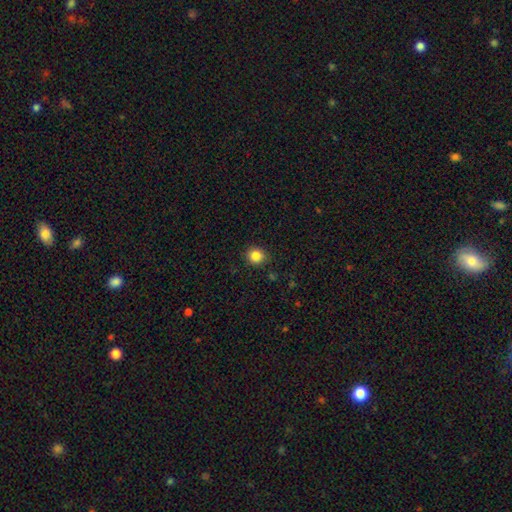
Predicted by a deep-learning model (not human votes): smooth_or_featured: smooth (p=0.84) [alt: star or artifact p=0.11]
how_rounded: round (p=0.89) [alt: in between p=0.10]
merging: none (p=0.90) [alt: minor disturbance p=0.07]